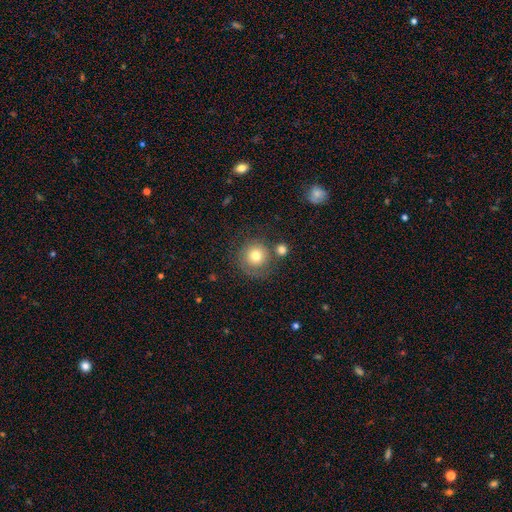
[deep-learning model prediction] A smooth galaxy with no disk features (75%) that is round (93%). Merging: none (68%).